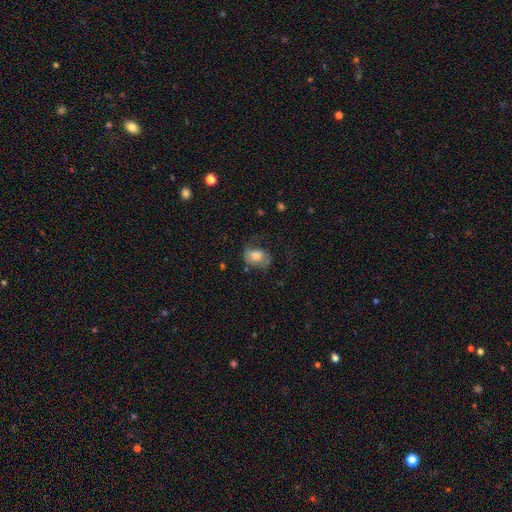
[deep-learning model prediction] This appears to be a smooth galaxy with no disk features (64%) that is in between round and cigar-shaped (65%). Merging: none (46%).